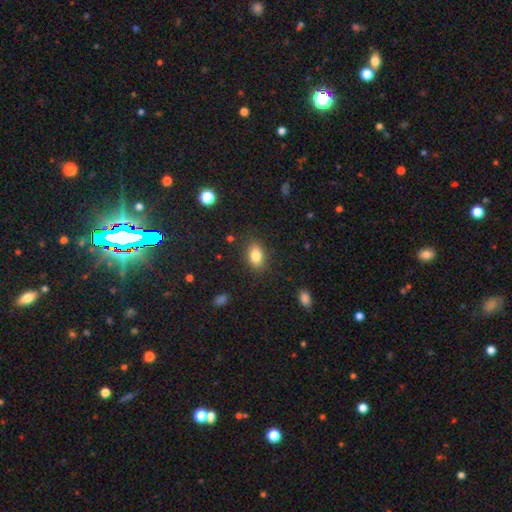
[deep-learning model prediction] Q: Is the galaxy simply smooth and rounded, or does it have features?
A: smooth — 83%.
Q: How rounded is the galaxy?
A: in between — 85%.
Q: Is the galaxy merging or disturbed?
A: none — 86%.